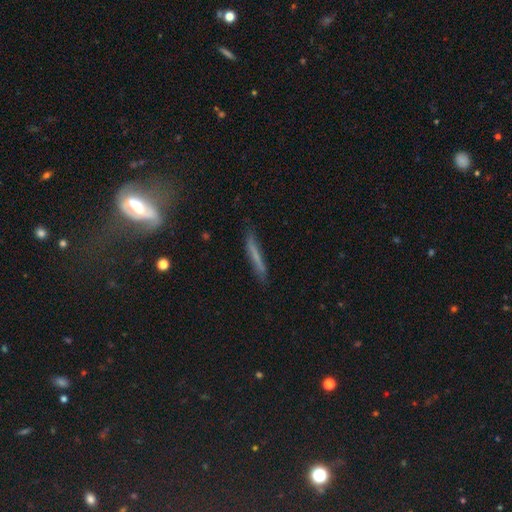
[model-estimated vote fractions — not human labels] Smooth or featured?
  - smooth: 57% *
  - featured or disk: 34%
  - star or artifact: 9%
How rounded?
  - cigar-shaped: 94% *
  - in between: 4%
  - round: 2%
Merging?
  - none: 78% *
  - minor disturbance: 16%
  - major disturbance: 4%
  - merger: 2%